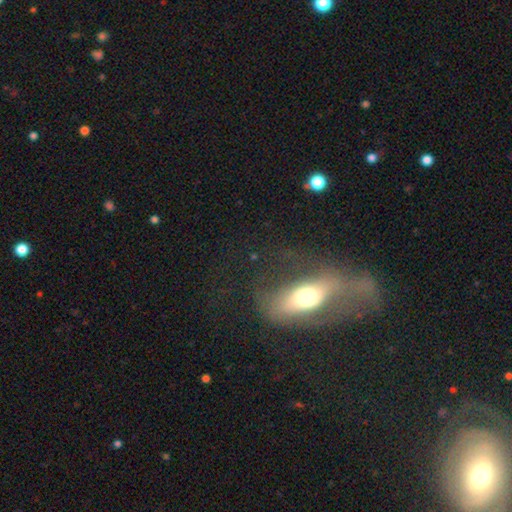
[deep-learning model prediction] Q: Smooth or featured?
A: featured or disk (55%); runner-up: smooth (33%)
Q: Edge-on disk?
A: no (66%); runner-up: yes (34%)
Q: Merging?
A: major disturbance (41%); runner-up: none (34%)